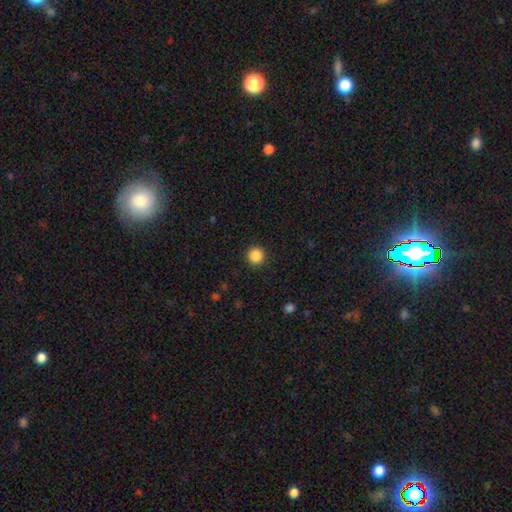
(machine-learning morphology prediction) smooth 87%, star or artifact 10%, featured or disk 3%. Down the decision tree: how rounded — round (95%); merging — none (92%).